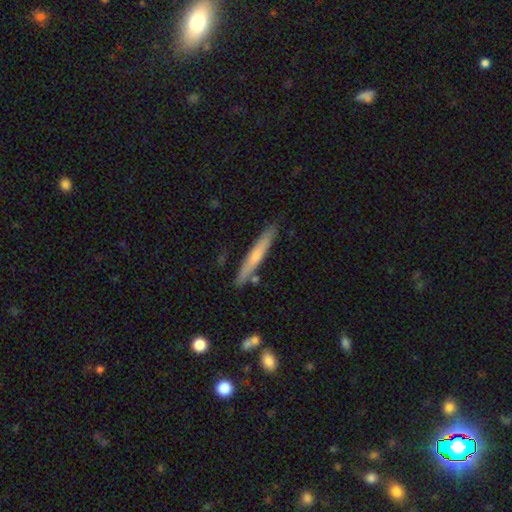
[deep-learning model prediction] Overall: smooth (56%; featured or disk 39%). How rounded: cigar-shaped (94%). Merging: none (85%).